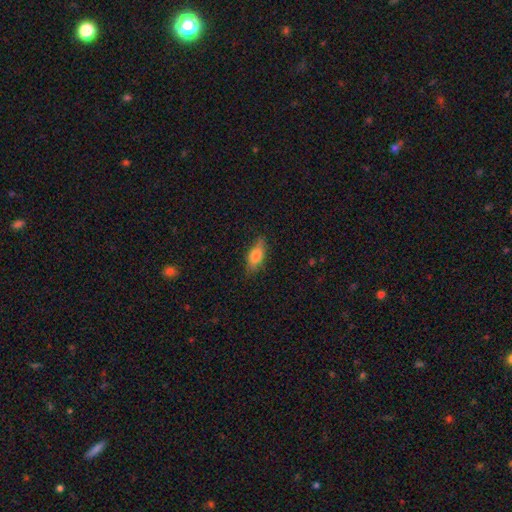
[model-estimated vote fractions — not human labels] Morphology: type=smooth (71%); roundness=in between (77%); merging=none (74%).